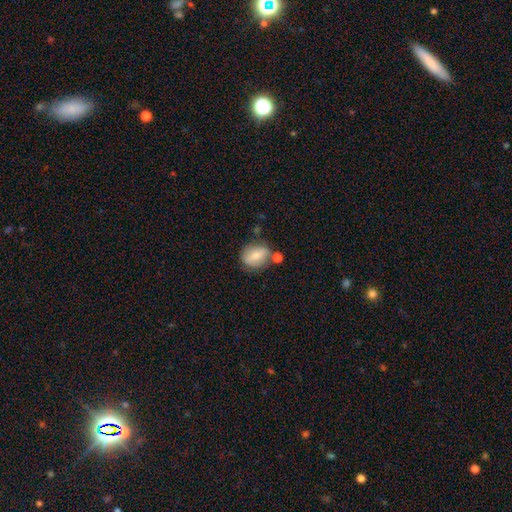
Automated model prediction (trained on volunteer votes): Q: Smooth or featured?
A: smooth (66%); runner-up: featured or disk (26%)
Q: How rounded?
A: in between (55%); runner-up: round (42%)
Q: Merging?
A: none (61%); runner-up: minor disturbance (18%)